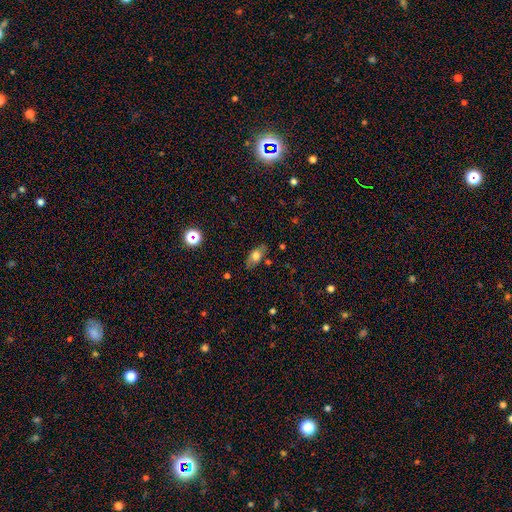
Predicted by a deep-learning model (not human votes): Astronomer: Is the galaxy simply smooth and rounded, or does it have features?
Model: smooth — 68%.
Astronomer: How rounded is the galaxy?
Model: in between — 83%.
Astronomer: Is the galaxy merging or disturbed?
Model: none — 80%.